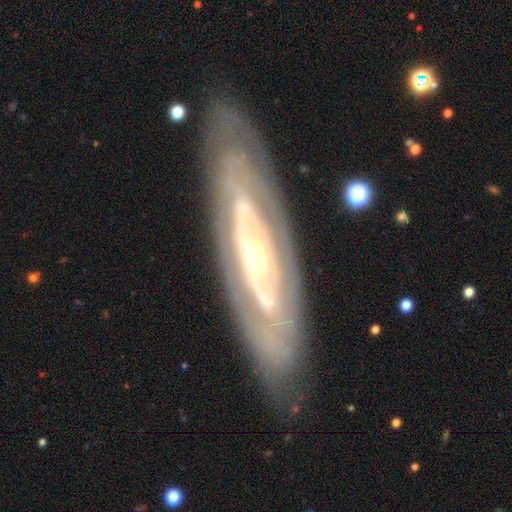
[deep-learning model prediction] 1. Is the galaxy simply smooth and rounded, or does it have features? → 83% featured or disk, 11% smooth, 5% star or artifact.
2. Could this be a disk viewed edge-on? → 77% no, 23% yes.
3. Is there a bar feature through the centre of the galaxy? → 67% no, 20% weak, 13% strong.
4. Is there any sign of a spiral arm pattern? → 67% yes, 33% no.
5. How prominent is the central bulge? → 52% small, 41% moderate, 4% large, 1% dominant, 1% none.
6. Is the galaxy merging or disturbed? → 84% none, 11% minor disturbance, 4% major disturbance, 1% merger.